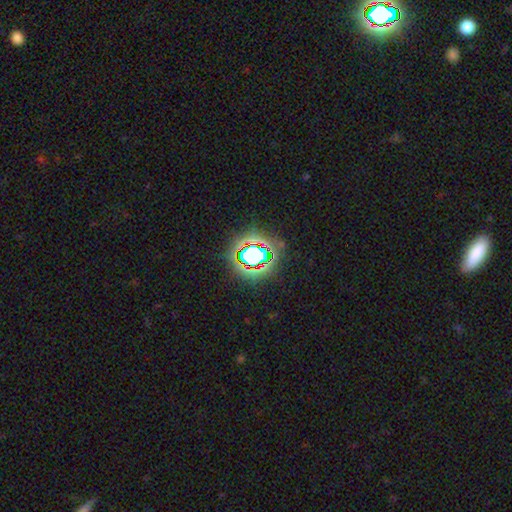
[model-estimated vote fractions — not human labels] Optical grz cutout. It shows a star or artifact, not a galaxy (64%).